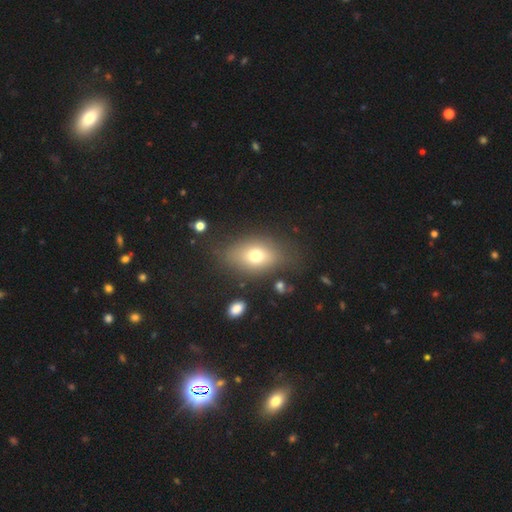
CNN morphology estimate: Q: Smooth or featured?
A: smooth (71%); runner-up: featured or disk (17%)
Q: How rounded?
A: in between (80%); runner-up: round (18%)
Q: Merging?
A: none (73%); runner-up: minor disturbance (16%)